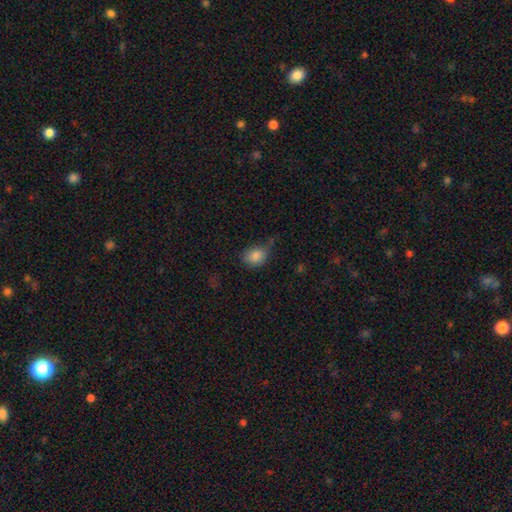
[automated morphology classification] Smooth or featured? smooth (84%)
How rounded? in between (54%)
Merging? none (51%)